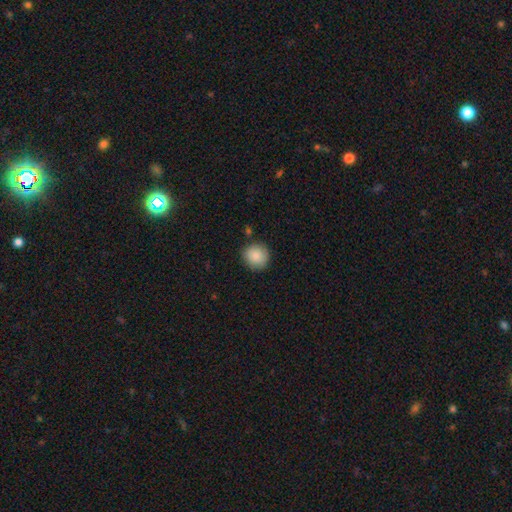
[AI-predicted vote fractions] This appears to be a smooth galaxy with no disk features (88%) that is round (92%). Merging: none (87%).